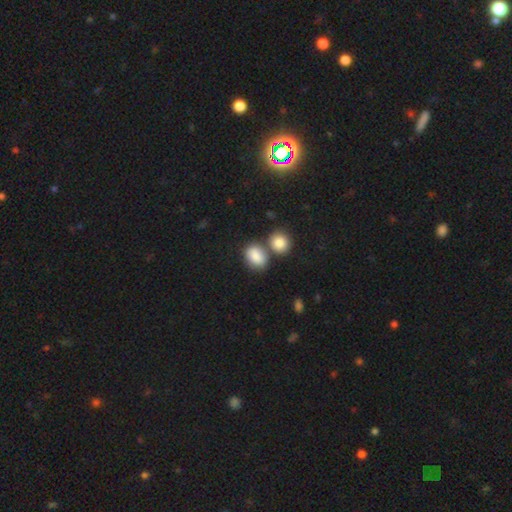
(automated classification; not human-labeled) Smooth or featured?
  - smooth: 86% *
  - star or artifact: 8%
  - featured or disk: 7%
How rounded?
  - in between: 72% *
  - round: 26%
  - cigar-shaped: 1%
Merging?
  - none: 51% *
  - merger: 31%
  - minor disturbance: 14%
  - major disturbance: 5%